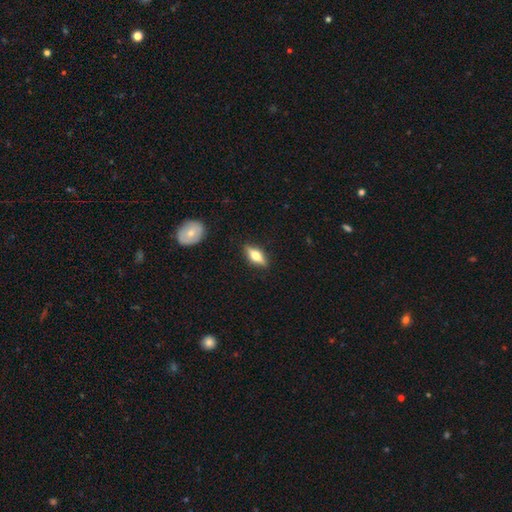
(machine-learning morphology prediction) A featured or disk galaxy (55%) viewed edge-on (92%) with a rounded central bulge (93%). Merging: none (88%).